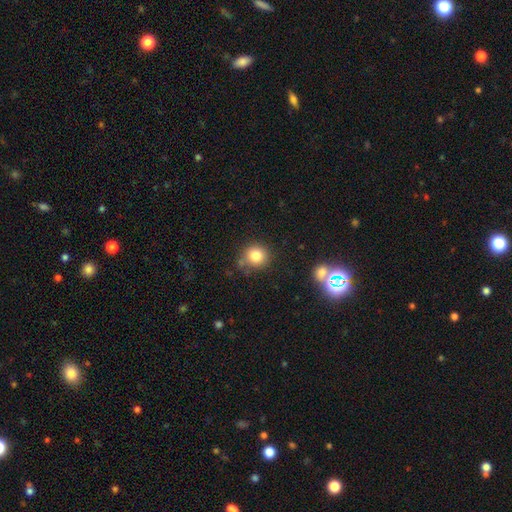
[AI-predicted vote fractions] smooth_or_featured: smooth (p=0.82) [alt: star or artifact p=0.12]
how_rounded: round (p=0.88) [alt: in between p=0.11]
merging: none (p=0.75) [alt: minor disturbance p=0.15]